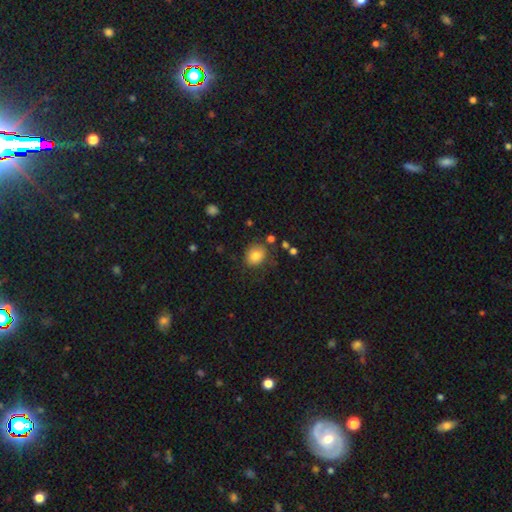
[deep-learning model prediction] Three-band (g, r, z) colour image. It shows a smooth galaxy with no disk features (82%) that is round (60%). Merging: none (75%).